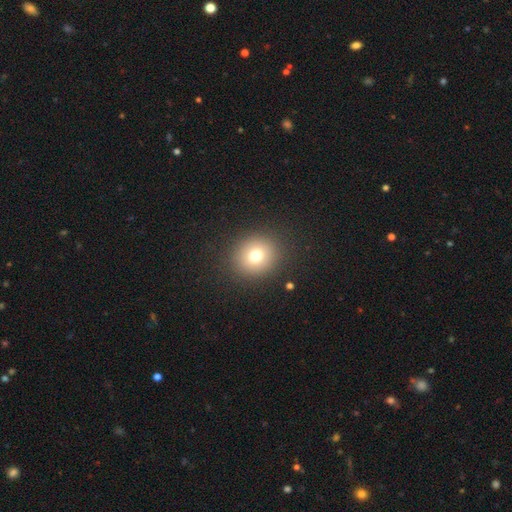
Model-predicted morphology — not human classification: Smooth or featured? Predicted: smooth (p=0.75). How rounded? Predicted: round (p=0.79). Merging? Predicted: none (p=0.89).